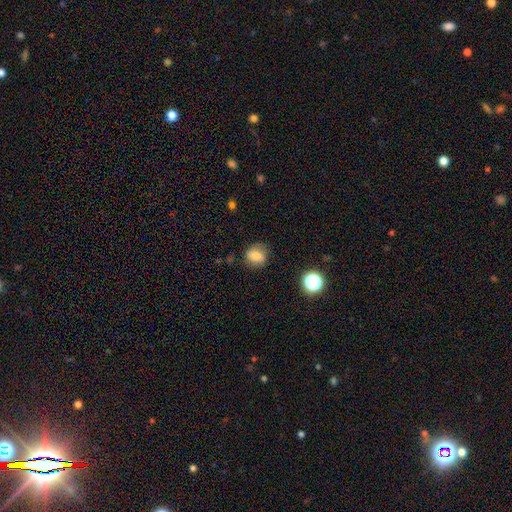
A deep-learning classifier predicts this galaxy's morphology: smooth-or-featured: smooth: 73% | featured or disk: 15% | star or artifact: 12%
  how-rounded: round: 67% | in between: 32% | cigar-shaped: 1%
  merging: none: 72% | minor disturbance: 20% | major disturbance: 6% | merger: 2%